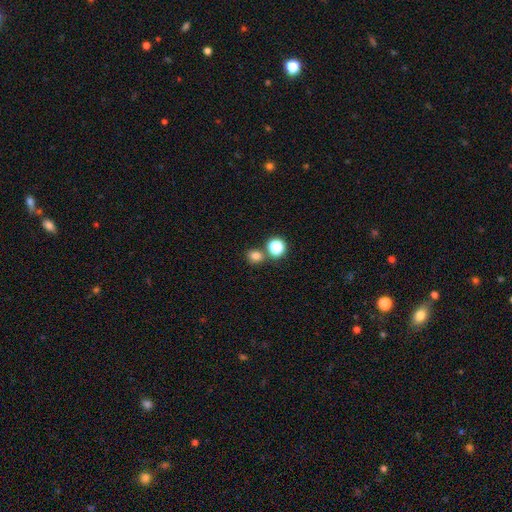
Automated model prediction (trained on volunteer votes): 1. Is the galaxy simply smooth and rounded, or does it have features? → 77% smooth, 18% star or artifact, 5% featured or disk.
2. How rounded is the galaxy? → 73% round, 26% in between, 1% cigar-shaped.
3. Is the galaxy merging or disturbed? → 70% none, 18% merger, 9% minor disturbance, 3% major disturbance.